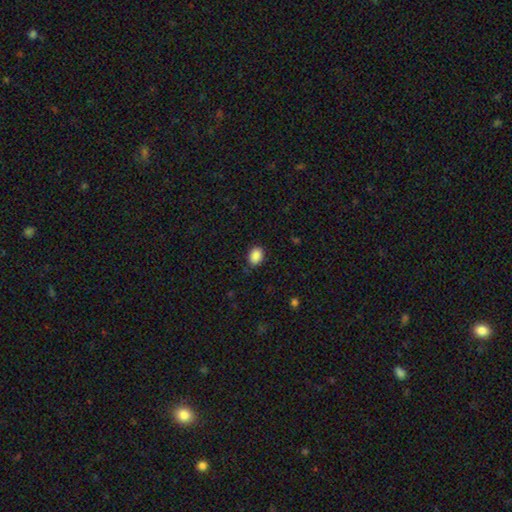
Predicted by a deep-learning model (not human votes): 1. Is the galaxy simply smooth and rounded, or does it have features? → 89% smooth, 8% star or artifact, 3% featured or disk.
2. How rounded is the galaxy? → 67% in between, 32% round, 1% cigar-shaped.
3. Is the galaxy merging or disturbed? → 84% none, 12% minor disturbance, 3% major disturbance, 1% merger.